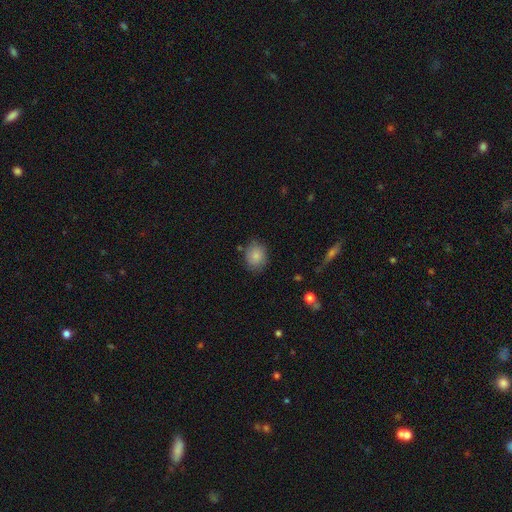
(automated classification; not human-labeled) This is clearly a smooth galaxy (83%). How rounded: likely round (61%). Merging: likely none (78%).